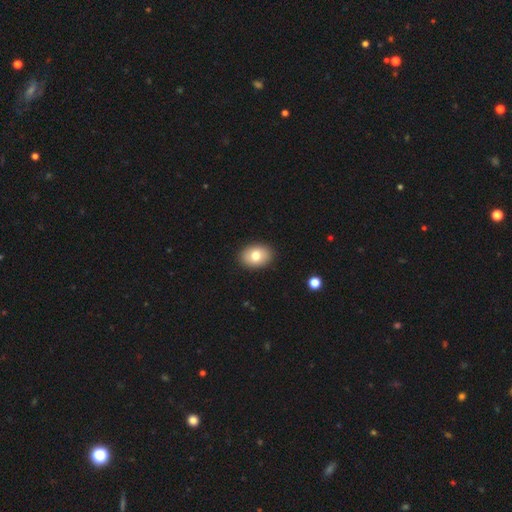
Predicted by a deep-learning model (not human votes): Smooth or featured: smooth — 78% (featured or disk — 14%)
How rounded: in between — 75% (round — 24%)
Merging: none — 90% (minor disturbance — 7%)